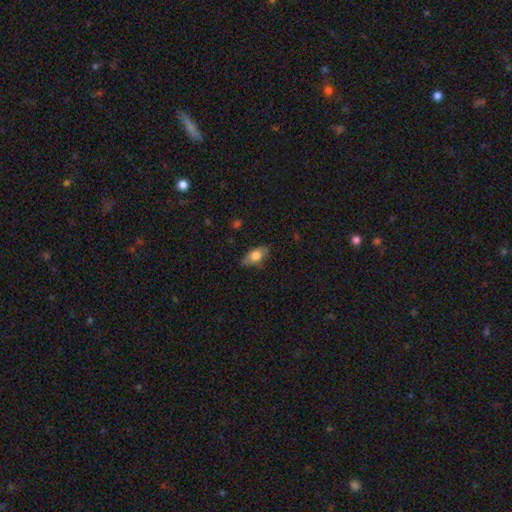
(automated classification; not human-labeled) This appears to be a smooth galaxy with no disk features (70%) that is in between round and cigar-shaped (84%). Merging: none (77%).